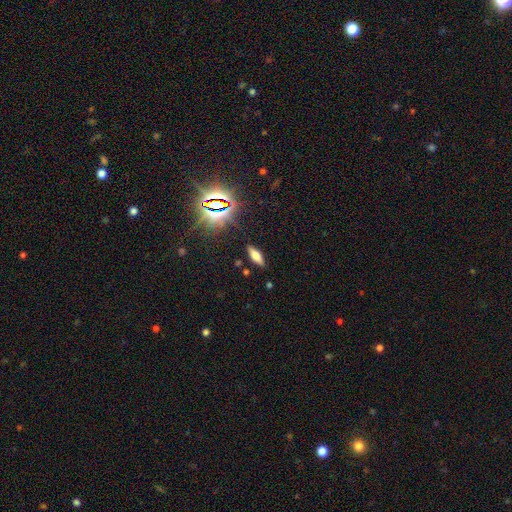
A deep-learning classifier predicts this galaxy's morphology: Smooth or featured? Predicted: smooth (p=0.62). How rounded? Predicted: in between (p=0.64). Merging? Predicted: none (p=0.87).